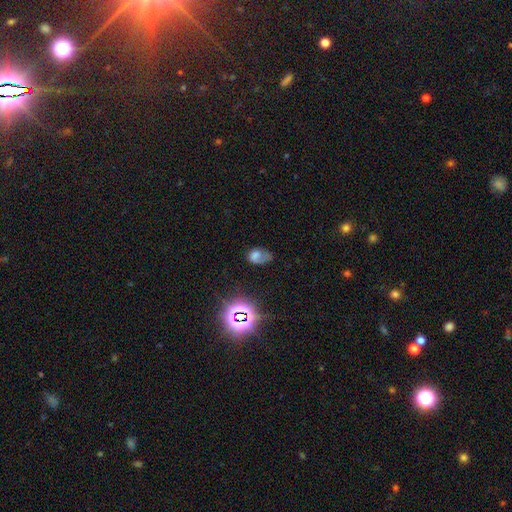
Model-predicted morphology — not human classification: The model was most divided on "merging": none: 38%, major disturbance: 28%, minor disturbance: 26%, merger: 8%. Remaining: smooth or featured — smooth (50%).